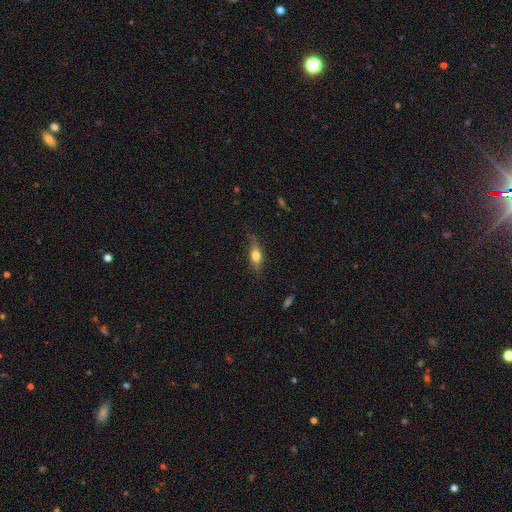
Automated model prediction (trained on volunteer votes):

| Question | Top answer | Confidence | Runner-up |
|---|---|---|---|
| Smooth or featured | smooth | 64% | featured or disk (28%) |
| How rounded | in between | 57% | cigar-shaped (39%) |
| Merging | none | 72% | minor disturbance (22%) |